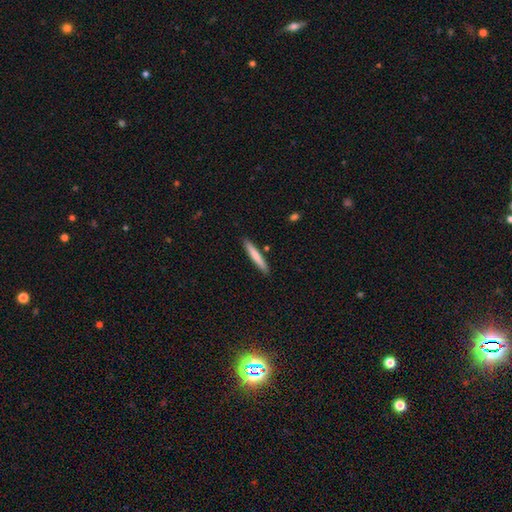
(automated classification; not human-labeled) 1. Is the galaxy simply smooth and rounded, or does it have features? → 76% smooth, 19% featured or disk, 5% star or artifact.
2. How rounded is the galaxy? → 94% cigar-shaped, 5% in between, 1% round.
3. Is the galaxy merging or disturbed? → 89% none, 7% minor disturbance, 2% merger, 1% major disturbance.